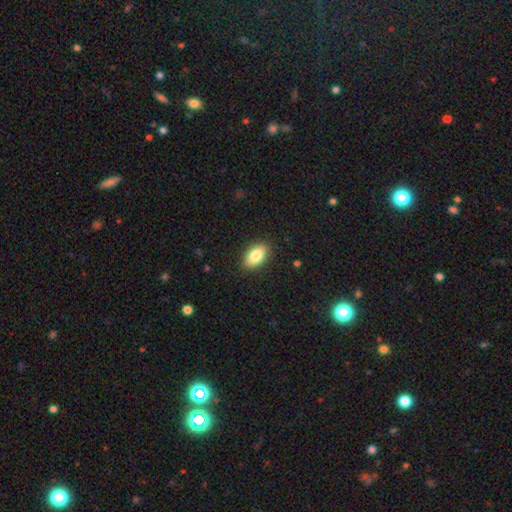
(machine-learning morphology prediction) A smooth galaxy with no disk features (83%) that is in between round and cigar-shaped (91%). Merging: none (88%).